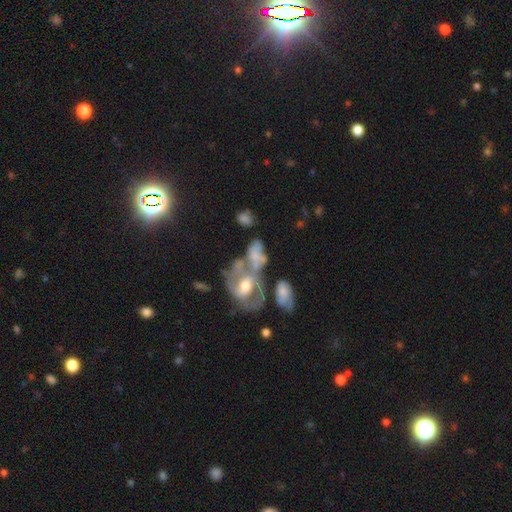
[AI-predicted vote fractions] smooth_or_featured: featured or disk (p=0.60) [alt: smooth p=0.31]
disk_edge_on: no (p=0.96) [alt: yes p=0.04]
bar: no (p=0.62) [alt: weak p=0.28]
has_spiral_arms: yes (p=0.56) [alt: no p=0.44]
bulge_size: moderate (p=0.56) [alt: small p=0.23]
merging: merger (p=0.52) [alt: none p=0.19]